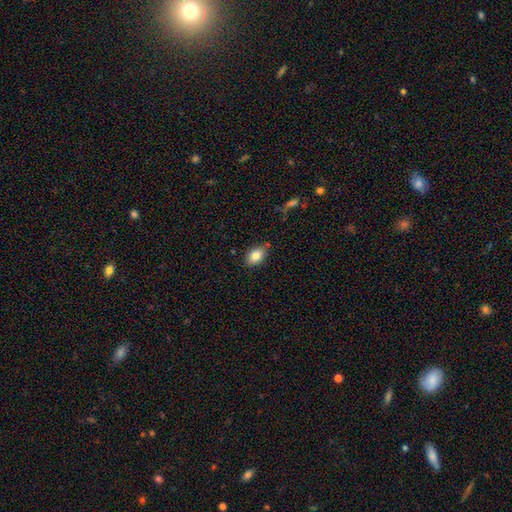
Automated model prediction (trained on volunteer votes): smooth 83%, featured or disk 9%, star or artifact 8%. Down the decision tree: how rounded — in between (85%); merging — none (78%).